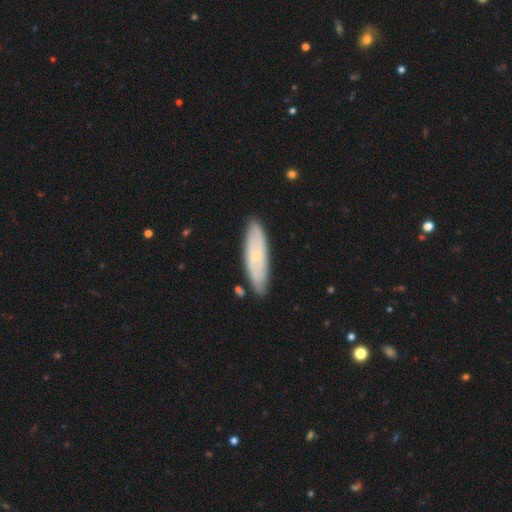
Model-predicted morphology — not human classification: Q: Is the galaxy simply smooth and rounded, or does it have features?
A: featured or disk — 48%.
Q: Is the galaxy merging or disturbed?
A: none — 81%.